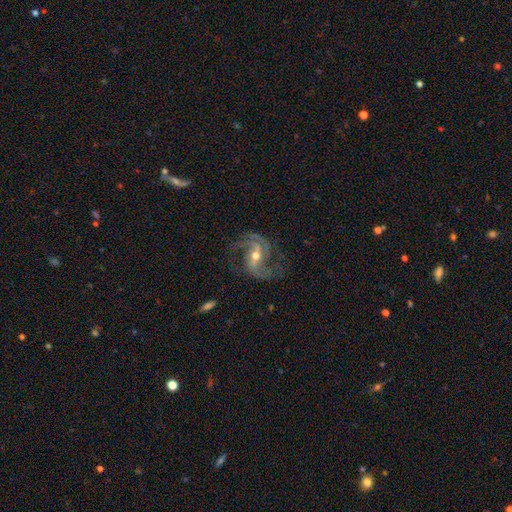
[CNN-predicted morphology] featured or disk 89%, star or artifact 6%, smooth 5%. Down the decision tree: edge-on disk — no (97%); bar — weak (41%); spiral arms — yes (97%); spiral arm count — 2 (70%); spiral winding — medium (46%); bulge size — moderate (61%); merging — none (67%).